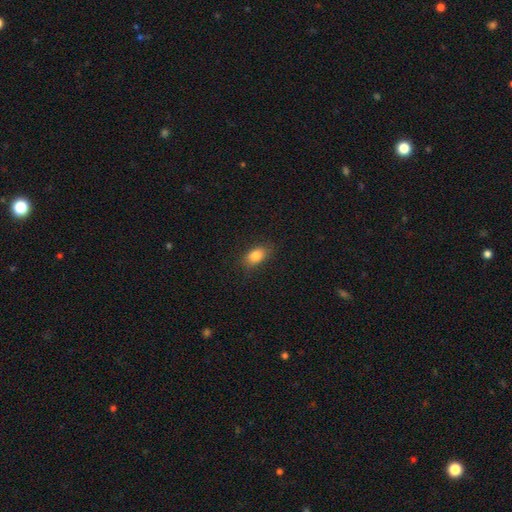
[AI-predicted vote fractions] This appears to be a smooth galaxy with no disk features (84%) that is in between round and cigar-shaped (84%). Merging: none (82%).